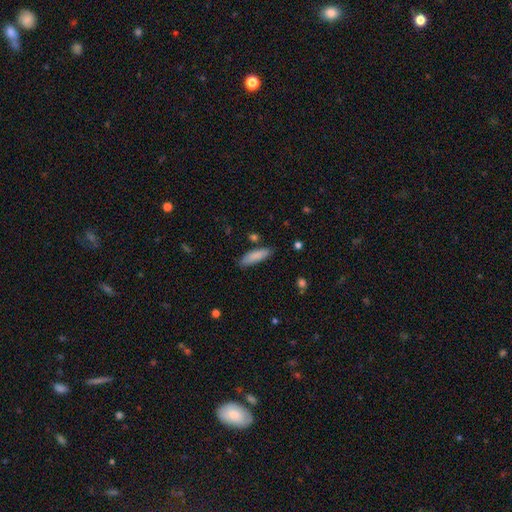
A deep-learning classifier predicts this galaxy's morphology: Smooth or featured? Predicted: smooth (p=0.86). How rounded? Predicted: cigar-shaped (p=0.56). Merging? Predicted: none (p=0.81).